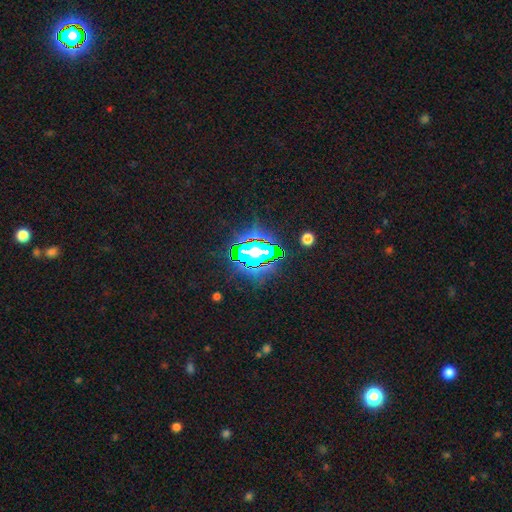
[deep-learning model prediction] Morphology: type=star or artifact (78%).